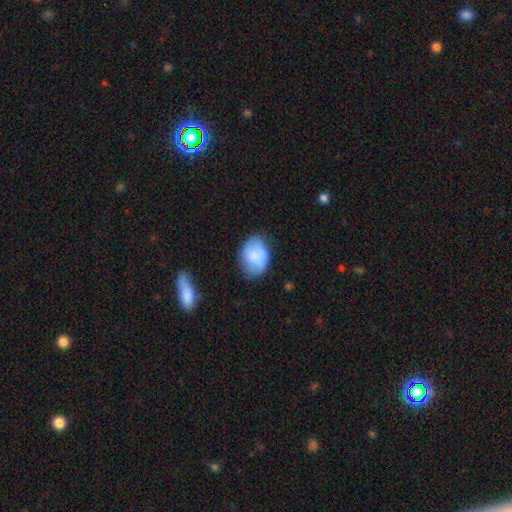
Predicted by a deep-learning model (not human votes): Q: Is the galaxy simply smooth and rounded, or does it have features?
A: smooth — 81%.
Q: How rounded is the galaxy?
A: in between — 70%.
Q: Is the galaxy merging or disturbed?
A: none — 63%.